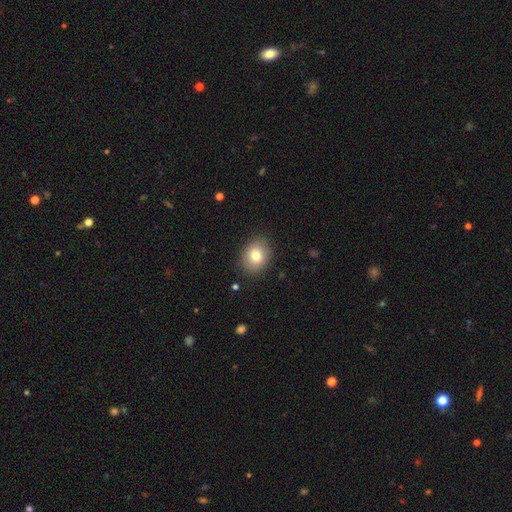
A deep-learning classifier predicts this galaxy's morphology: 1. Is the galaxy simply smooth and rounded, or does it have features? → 78% smooth, 12% featured or disk, 10% star or artifact.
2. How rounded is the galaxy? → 53% round, 46% in between, 1% cigar-shaped.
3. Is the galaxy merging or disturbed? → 86% none, 10% minor disturbance, 3% major disturbance, 1% merger.